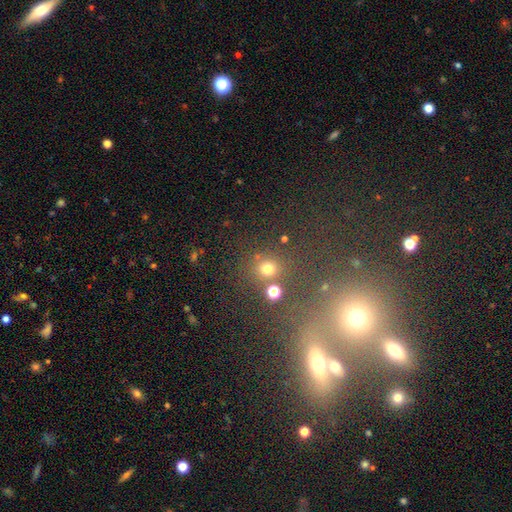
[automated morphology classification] A smooth galaxy with no disk features (45%).

Vote fractions:
- Smooth or featured? smooth: 45% / star or artifact: 41% / featured or disk: 14%
- Merging? none: 67% / merger: 18% / minor disturbance: 9% / major disturbance: 6%